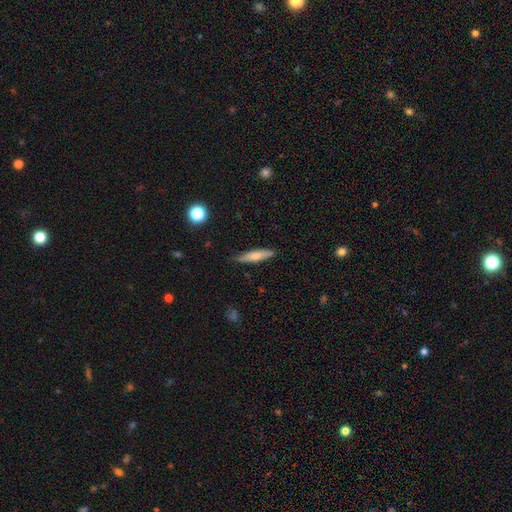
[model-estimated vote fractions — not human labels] Q: Smooth or featured?
A: smooth (70%); runner-up: featured or disk (24%)
Q: How rounded?
A: cigar-shaped (82%); runner-up: in between (16%)
Q: Merging?
A: none (80%); runner-up: minor disturbance (16%)